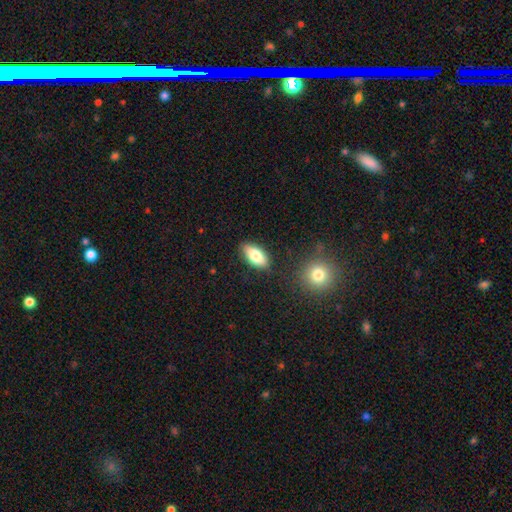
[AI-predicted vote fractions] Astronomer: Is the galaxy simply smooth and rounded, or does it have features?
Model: smooth — 80%.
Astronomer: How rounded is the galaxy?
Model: in between — 89%.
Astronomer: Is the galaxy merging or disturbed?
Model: none — 84%.